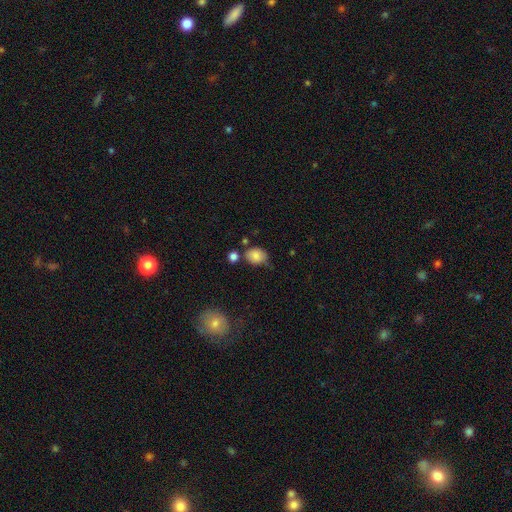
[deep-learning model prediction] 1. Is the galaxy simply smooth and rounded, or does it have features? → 81% smooth, 10% star or artifact, 9% featured or disk.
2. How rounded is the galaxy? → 52% in between, 47% round, 1% cigar-shaped.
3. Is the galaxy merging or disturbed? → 60% none, 24% minor disturbance, 10% merger, 6% major disturbance.